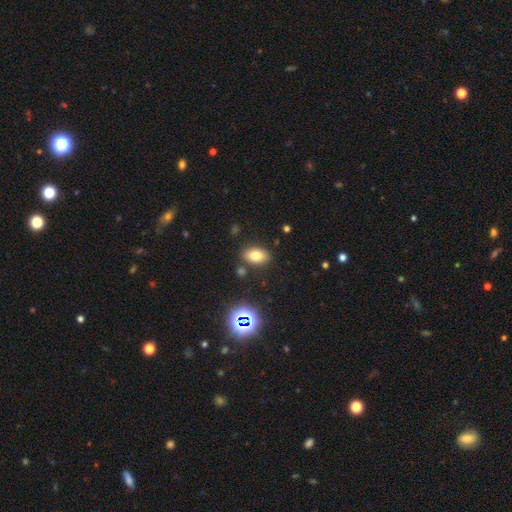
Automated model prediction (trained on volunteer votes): Morphology: type=smooth (77%); roundness=in between (87%); merging=none (82%).